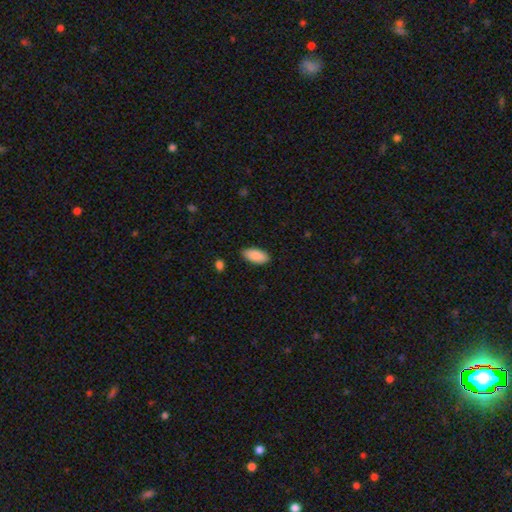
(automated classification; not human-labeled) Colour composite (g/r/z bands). It shows a smooth galaxy with no disk features (89%) that is in between round and cigar-shaped (92%). Merging: none (88%).